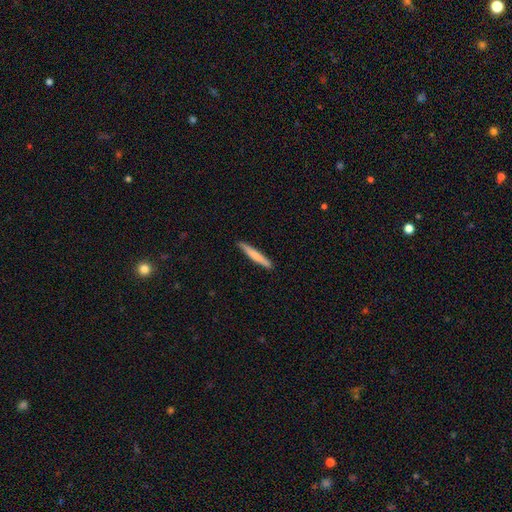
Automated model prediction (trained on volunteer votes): Smooth or featured? smooth (69%)
How rounded? cigar-shaped (95%)
Merging? none (89%)